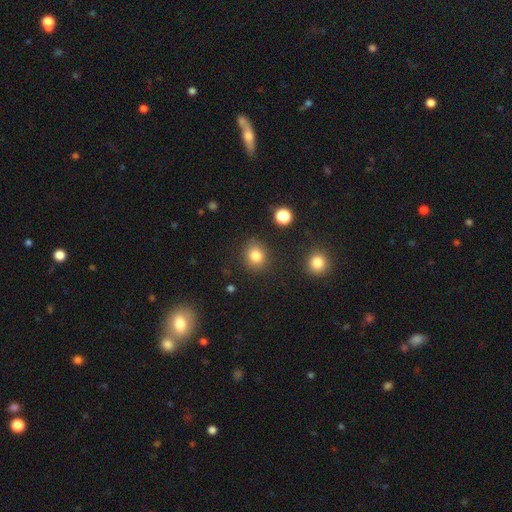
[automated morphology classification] A smooth galaxy with no disk features (83%) that is round (74%). Merging: none (84%).